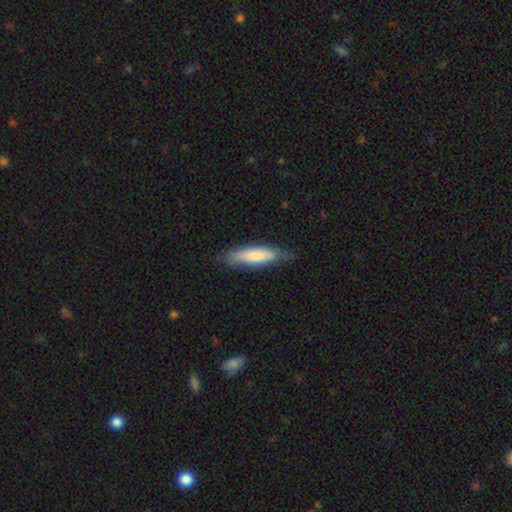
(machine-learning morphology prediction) Q: Smooth or featured?
A: smooth (76%); runner-up: featured or disk (19%)
Q: How rounded?
A: cigar-shaped (66%); runner-up: in between (33%)
Q: Merging?
A: none (70%); runner-up: minor disturbance (23%)